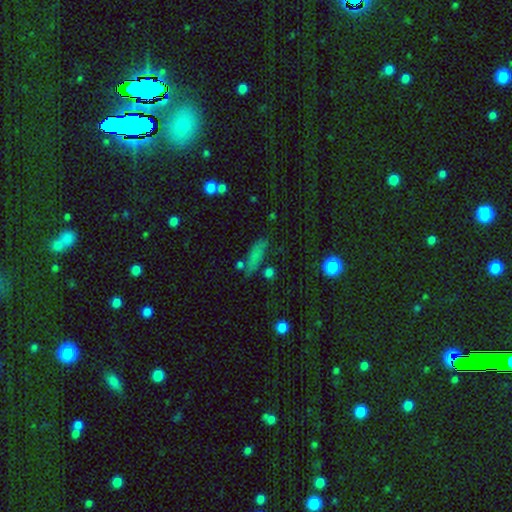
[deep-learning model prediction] The model was most divided on "how rounded": cigar-shaped: 60%, in between: 34%, round: 6%. More confident: smooth or featured — smooth (70%); merging — none (69%).